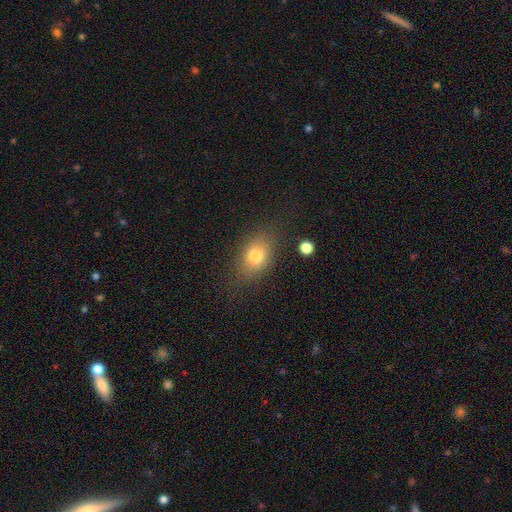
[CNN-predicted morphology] type=smooth (78%); roundness=in between (76%); merging=none (75%).